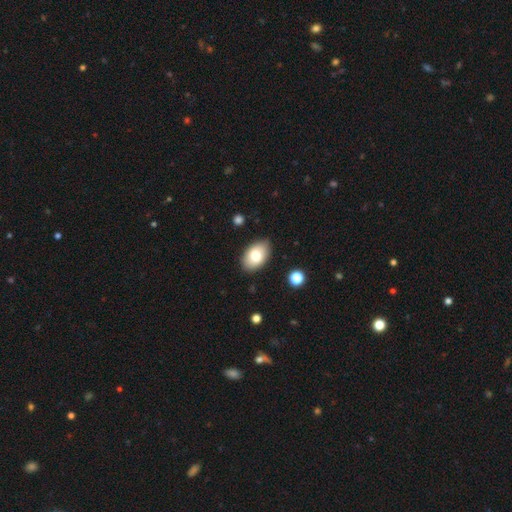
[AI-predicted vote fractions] Overall: smooth (78%). How rounded: in between (91%). Merging: none (85%).